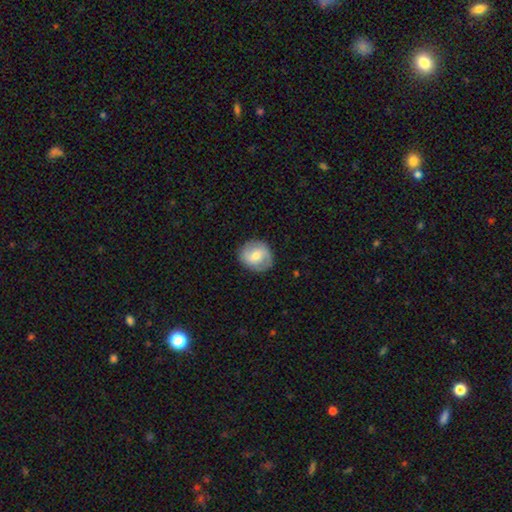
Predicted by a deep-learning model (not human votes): Smooth or featured? Predicted: featured or disk (p=0.55). Edge-on disk? Predicted: no (p=0.97). Bar? Predicted: weak (p=0.46). Spiral arms? Predicted: yes (p=0.84). Bulge size? Predicted: moderate (p=0.56). Merging? Predicted: none (p=0.84).